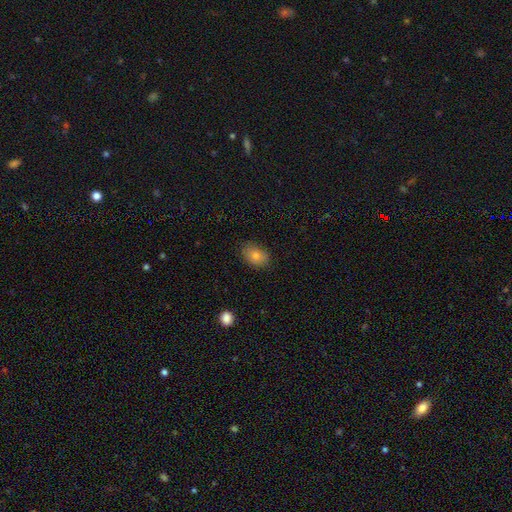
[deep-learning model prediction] Overall: smooth (78%). How rounded: in between (80%). Merging: none (83%).